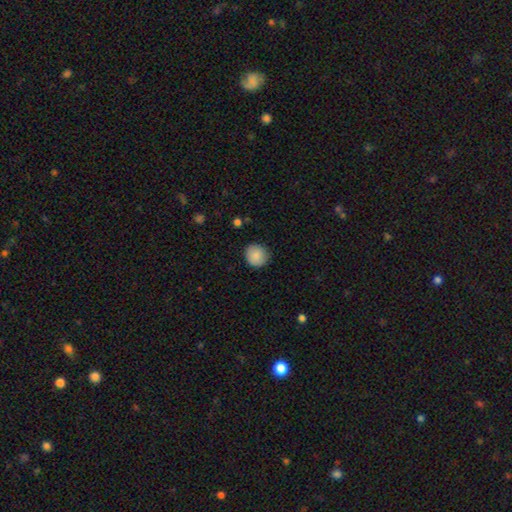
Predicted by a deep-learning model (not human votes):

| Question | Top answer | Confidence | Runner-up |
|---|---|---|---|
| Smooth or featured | smooth | 86% | star or artifact (7%) |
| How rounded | round | 90% | in between (9%) |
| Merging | none | 87% | minor disturbance (10%) |